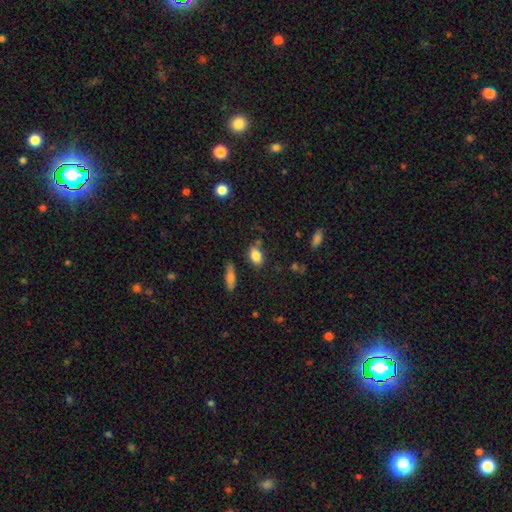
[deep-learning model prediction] This appears to be a smooth galaxy with no disk features (83%) that is in between round and cigar-shaped (80%). Merging: none (71%).